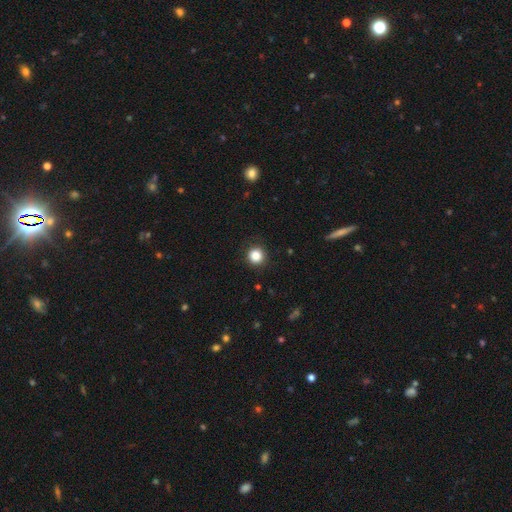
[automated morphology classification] A smooth galaxy with no disk features (86%) that is round (94%).

Vote fractions:
- Smooth or featured? smooth: 86% / star or artifact: 11% / featured or disk: 3%
- How rounded? round: 94% / in between: 5% / cigar-shaped: 1%
- Merging? none: 90% / minor disturbance: 7% / major disturbance: 2% / merger: 1%